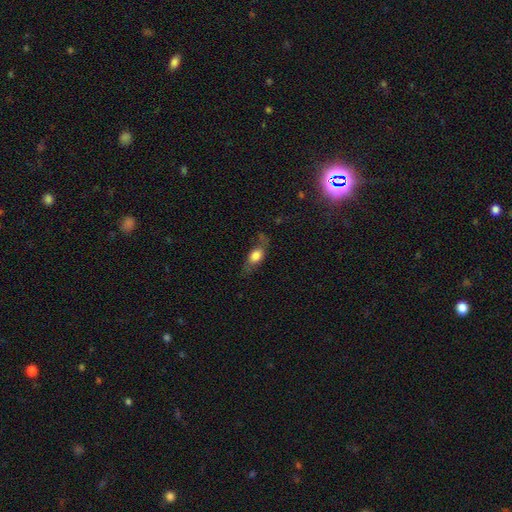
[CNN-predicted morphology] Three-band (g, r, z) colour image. It shows a smooth galaxy with no disk features (66%) that is in between round and cigar-shaped (74%). Merging: none (51%).